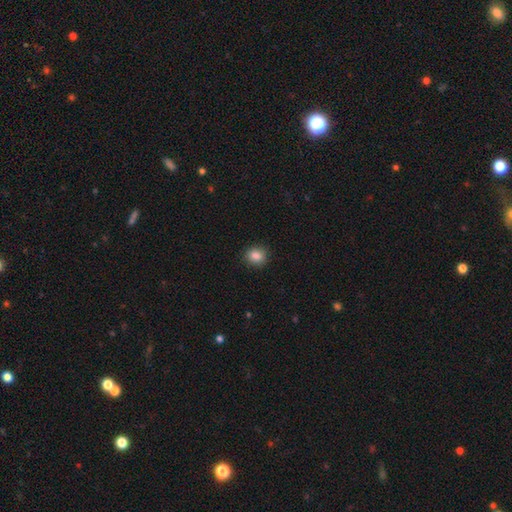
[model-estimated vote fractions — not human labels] A smooth galaxy with no disk features (86%) that is round (71%). Merging: none (88%).